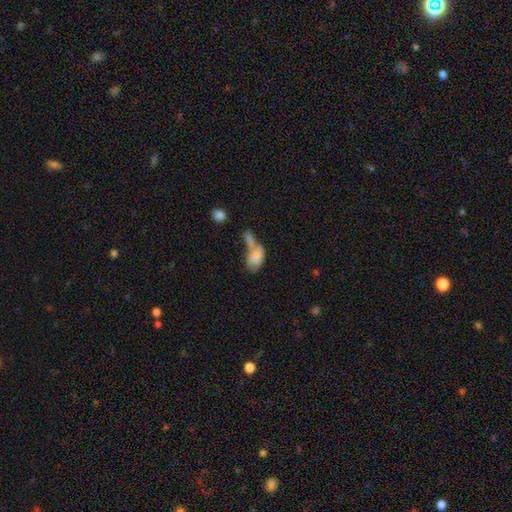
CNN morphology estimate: This appears to be a smooth galaxy with no disk features (73%) that is in between round and cigar-shaped (89%). Merging: merger (59%).